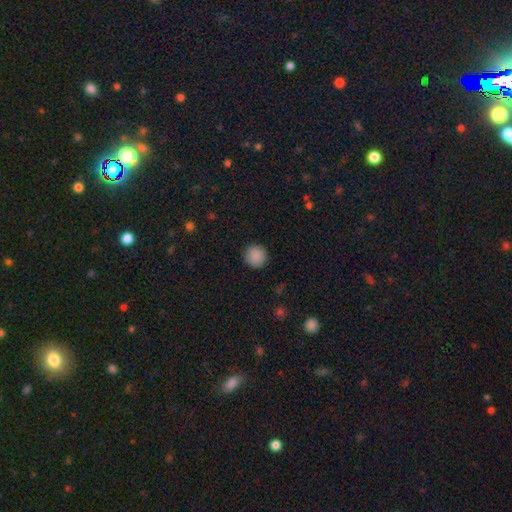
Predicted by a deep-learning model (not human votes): The model was most divided on "smooth or featured": smooth: 88%, star or artifact: 9%, featured or disk: 3%. More confident: how rounded — round (94%); merging — none (90%).